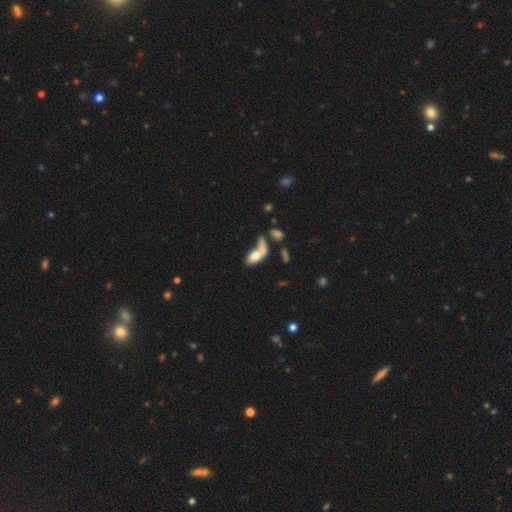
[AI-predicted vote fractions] This appears to be a smooth galaxy with no disk features (68%) that is in between round and cigar-shaped (82%). Merging: merger (42%).